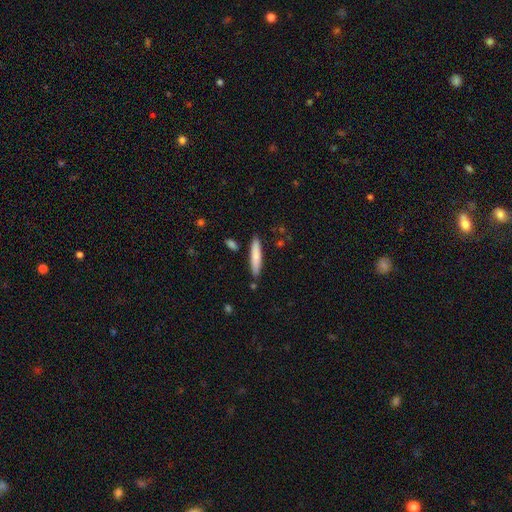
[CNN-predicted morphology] smooth 79%, featured or disk 16%, star or artifact 5%. Down the decision tree: how rounded — cigar-shaped (88%); merging — none (86%).